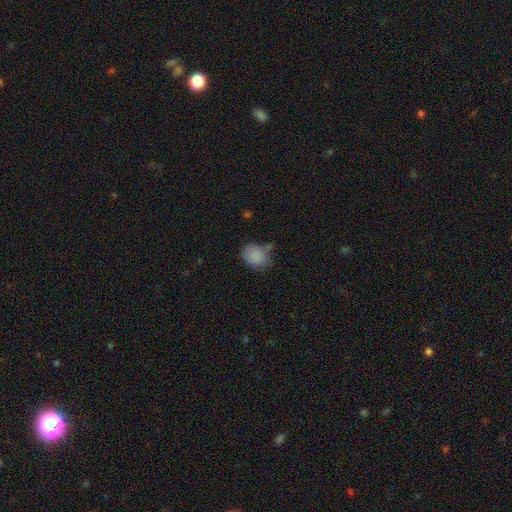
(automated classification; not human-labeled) smooth_or_featured: smooth (p=0.86) [alt: star or artifact p=0.09]
how_rounded: in between (p=0.52) [alt: round p=0.47]
merging: none (p=0.61) [alt: minor disturbance p=0.26]